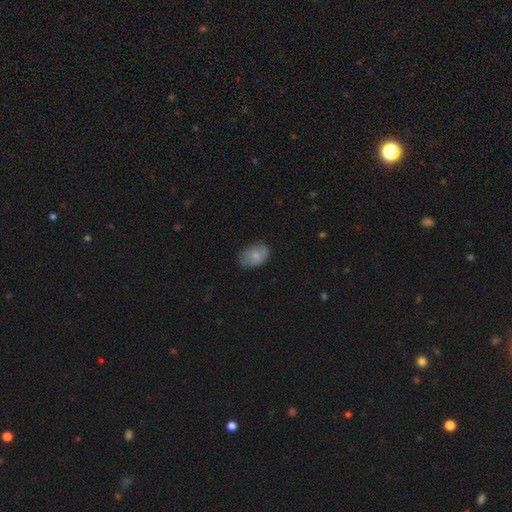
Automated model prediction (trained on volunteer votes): The model was most divided on "merging": none: 69%, minor disturbance: 24%, major disturbance: 6%, merger: 1%. More confident: how rounded — in between (80%); smooth or featured — smooth (77%).